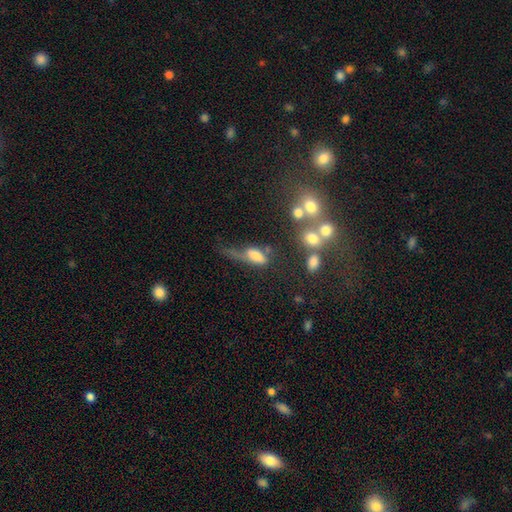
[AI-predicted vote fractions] A smooth galaxy with no disk features (61%) that is in between round and cigar-shaped (74%). Merging: major disturbance (39%).